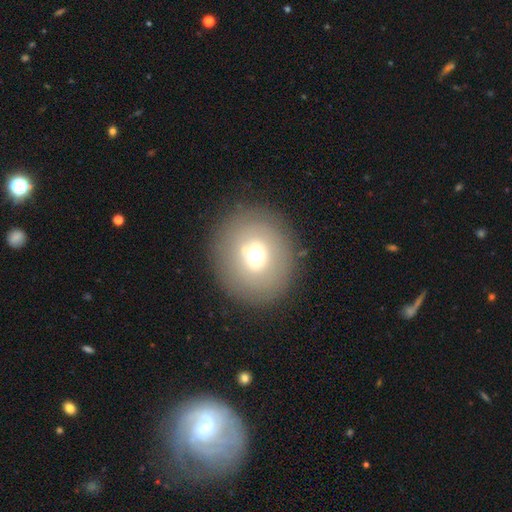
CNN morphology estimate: This is likely a smooth galaxy (62%). How rounded: likely round (80%). Merging: clearly none (85%).